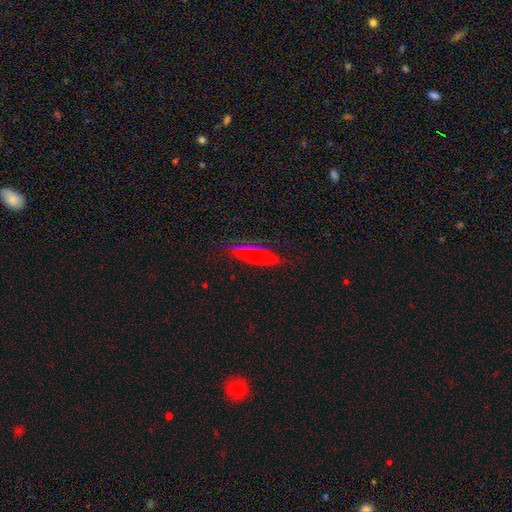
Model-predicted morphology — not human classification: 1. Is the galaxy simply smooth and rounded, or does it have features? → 50% smooth, 29% featured or disk, 21% star or artifact.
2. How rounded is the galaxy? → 62% in between, 30% cigar-shaped, 8% round.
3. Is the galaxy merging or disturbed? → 80% none, 14% minor disturbance, 3% major disturbance, 2% merger.